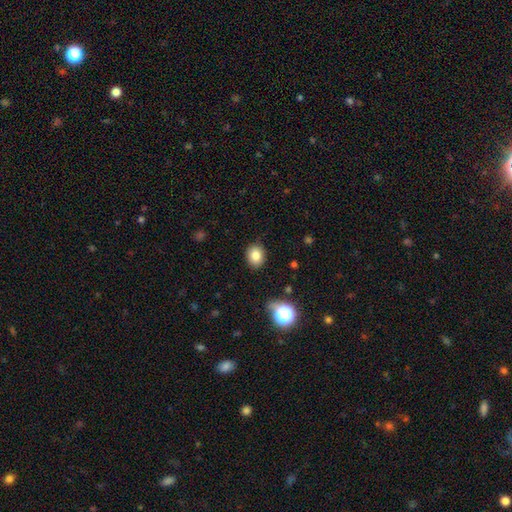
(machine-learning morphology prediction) This is clearly a smooth galaxy (82%). How rounded: possibly round (59%). Merging: clearly none (86%).